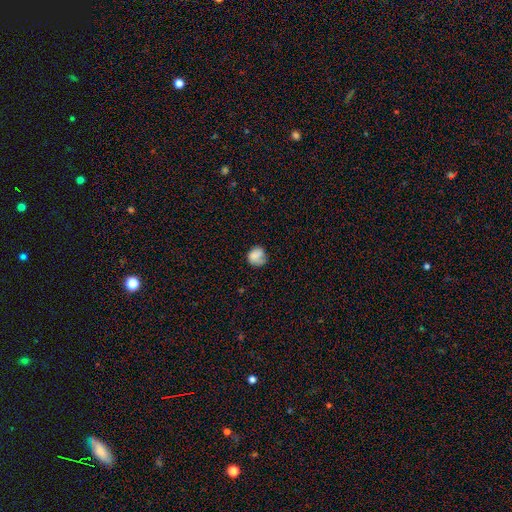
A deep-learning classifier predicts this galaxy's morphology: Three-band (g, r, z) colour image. It shows a smooth galaxy with no disk features (79%) that is round (77%). Merging: none (58%).